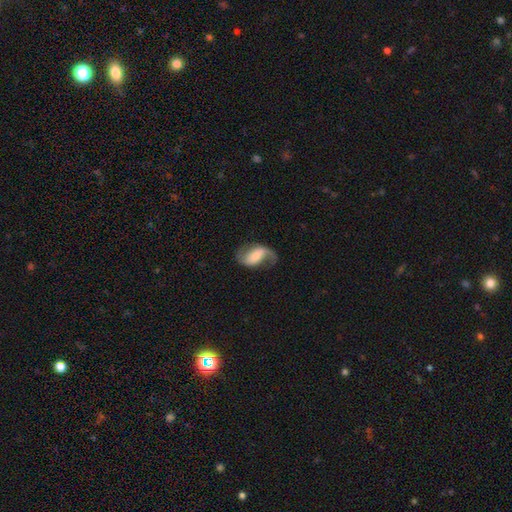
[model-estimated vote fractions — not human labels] featured or disk 75%, smooth 19%, star or artifact 6%. Down the decision tree: edge-on disk — no (97%); bar — weak (41%); spiral arms — yes (93%); spiral arm count — 2 (79%); spiral winding — loose (70%); bulge size — small (29%, tied with moderate); merging — none (61%).